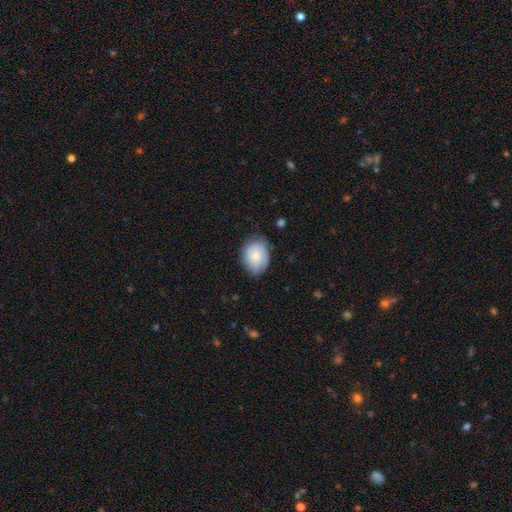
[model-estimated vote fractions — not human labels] Smooth or featured? smooth (67%)
How rounded? in between (63%)
Merging? none (67%)